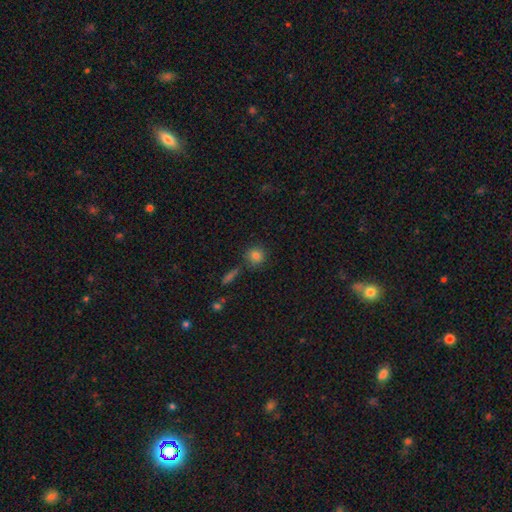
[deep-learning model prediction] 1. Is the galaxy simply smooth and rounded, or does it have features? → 82% smooth, 11% star or artifact, 7% featured or disk.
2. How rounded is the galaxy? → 89% round, 9% in between, 1% cigar-shaped.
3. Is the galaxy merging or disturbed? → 80% none, 10% minor disturbance, 7% merger, 3% major disturbance.